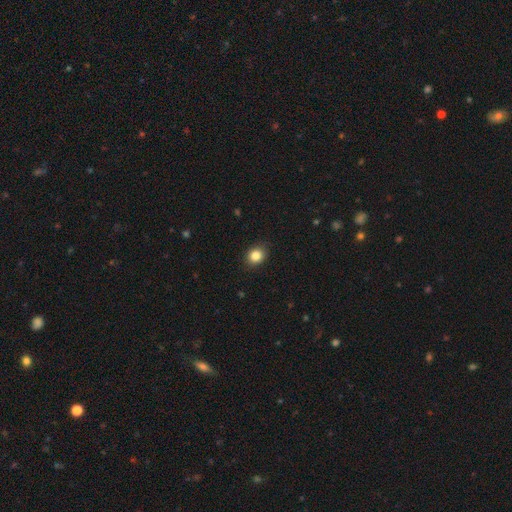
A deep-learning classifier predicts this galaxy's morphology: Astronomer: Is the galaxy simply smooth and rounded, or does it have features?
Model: smooth — 85%.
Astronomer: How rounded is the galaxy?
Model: round — 65%.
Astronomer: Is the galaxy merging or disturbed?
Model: none — 88%.